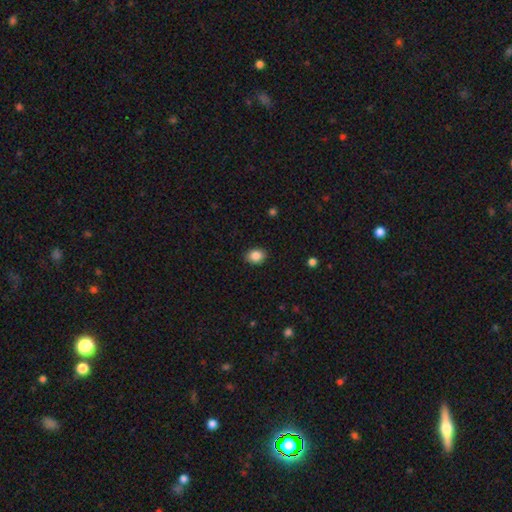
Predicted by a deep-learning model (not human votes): This is clearly a smooth galaxy (87%). How rounded: possibly in between (57%). Merging: clearly none (89%).